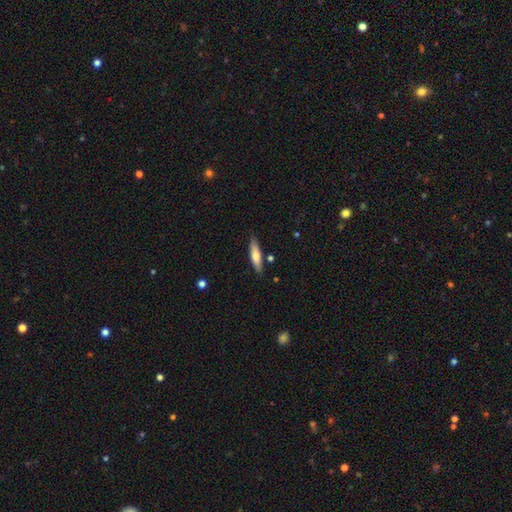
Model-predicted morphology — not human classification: smooth 62%, featured or disk 32%, star or artifact 6%. Down the decision tree: how rounded — cigar-shaped (77%); merging — none (83%).